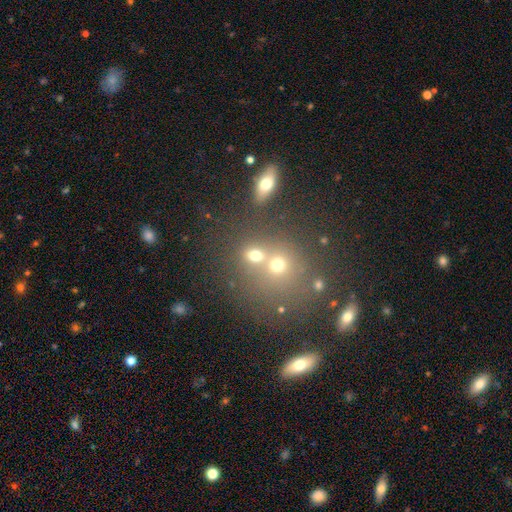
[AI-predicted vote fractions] A smooth galaxy with no disk features (64%) that is round (69%).

Vote fractions:
- Smooth or featured? smooth: 64% / star or artifact: 21% / featured or disk: 16%
- How rounded? round: 69% / in between: 29% / cigar-shaped: 2%
- Merging? none: 50% / merger: 37% / minor disturbance: 9% / major disturbance: 4%